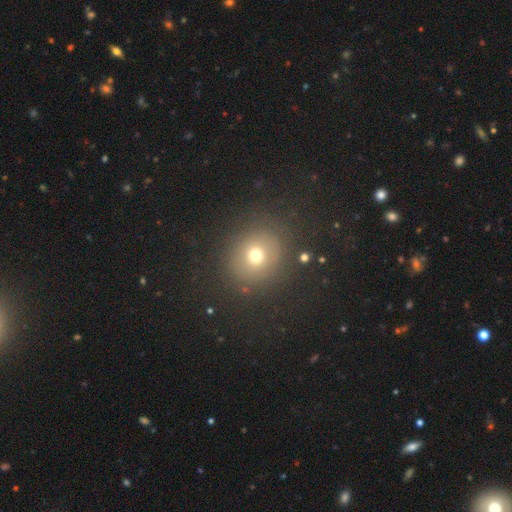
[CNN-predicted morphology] Smooth or featured: smooth — 69% (star or artifact — 19%)
How rounded: round — 83% (in between — 16%)
Merging: none — 81% (minor disturbance — 10%)